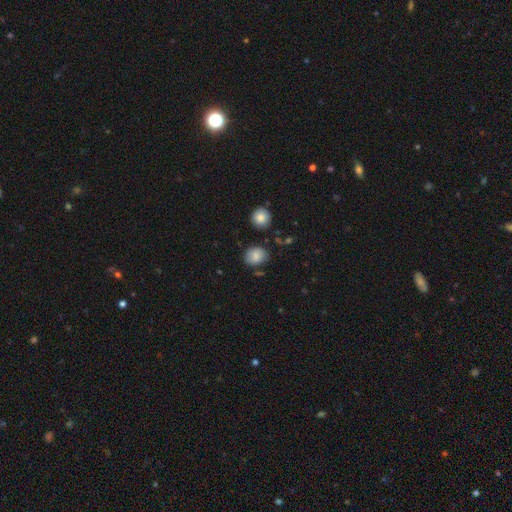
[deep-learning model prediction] A smooth galaxy with no disk features (82%) that is round (51%).

Vote fractions:
- Smooth or featured? smooth: 82% / featured or disk: 9% / star or artifact: 9%
- How rounded? round: 51% / in between: 48% / cigar-shaped: 1%
- Merging? none: 73% / minor disturbance: 19% / major disturbance: 4% / merger: 3%